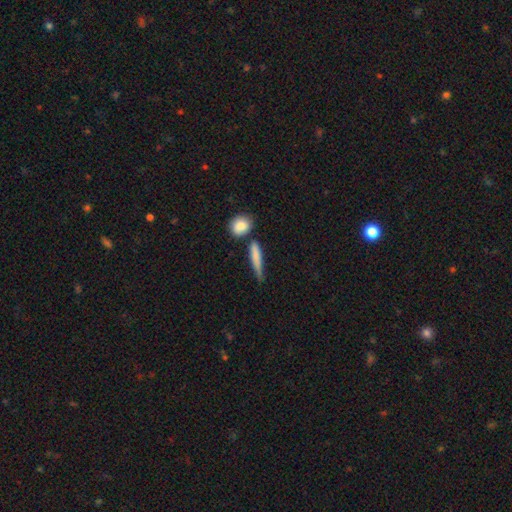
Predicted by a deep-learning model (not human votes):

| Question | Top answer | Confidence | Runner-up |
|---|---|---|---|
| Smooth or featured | smooth | 76% | featured or disk (17%) |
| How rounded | cigar-shaped | 75% | in between (19%) |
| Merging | none | 50% | minor disturbance (30%) |